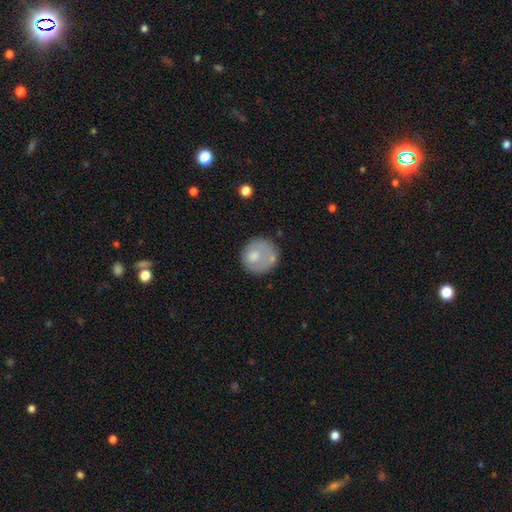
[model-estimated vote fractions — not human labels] This is likely a smooth galaxy (68%). How rounded: clearly round (86%). Merging: likely none (61%).